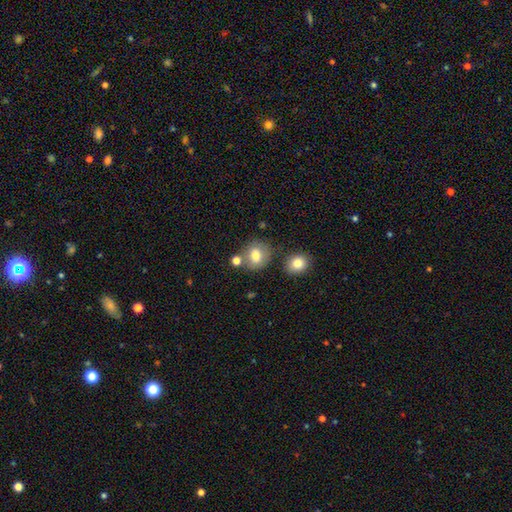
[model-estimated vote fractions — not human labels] Smooth or featured?
  - smooth: 77% *
  - featured or disk: 13%
  - star or artifact: 10%
How rounded?
  - round: 74% *
  - in between: 25%
  - cigar-shaped: 1%
Merging?
  - none: 68% *
  - merger: 14%
  - minor disturbance: 13%
  - major disturbance: 4%